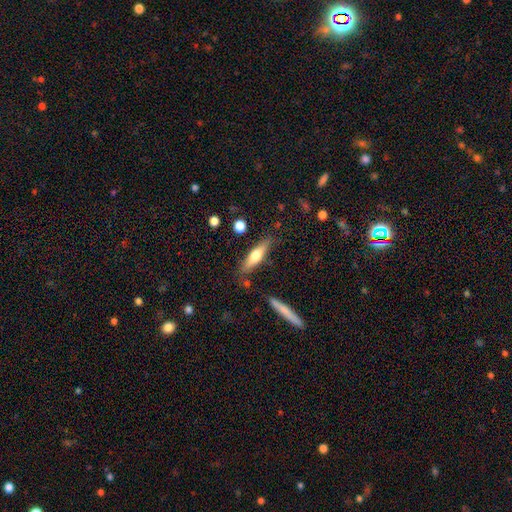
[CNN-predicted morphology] Smooth or featured: smooth — 54% (featured or disk — 40%)
How rounded: cigar-shaped — 75% (in between — 23%)
Merging: none — 81% (minor disturbance — 12%)